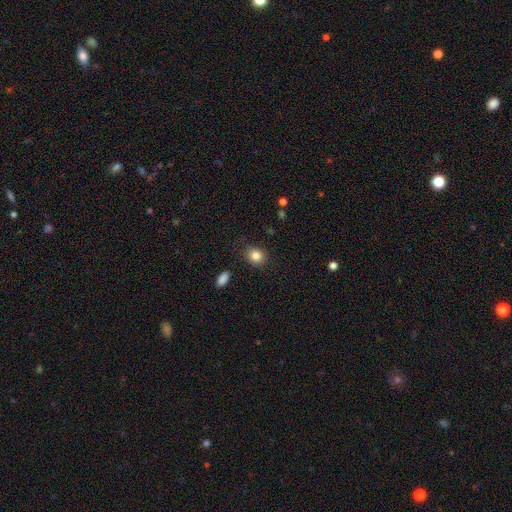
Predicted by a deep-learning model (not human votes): A smooth galaxy with no disk features (85%) that is round (59%). Merging: none (82%).